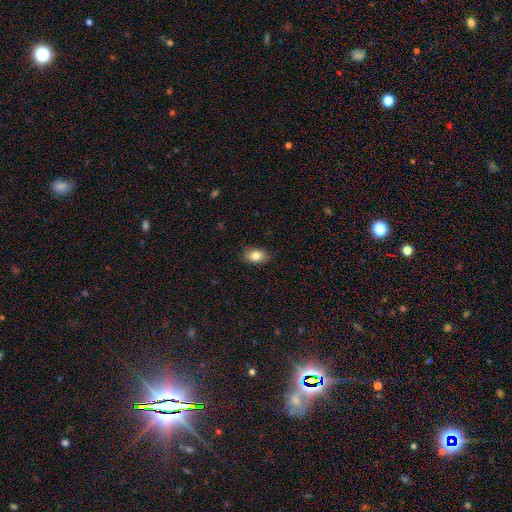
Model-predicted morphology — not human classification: The model was most divided on "smooth or featured": smooth: 84%, featured or disk: 9%, star or artifact: 8%. More confident: how rounded — in between (88%); merging — none (87%).